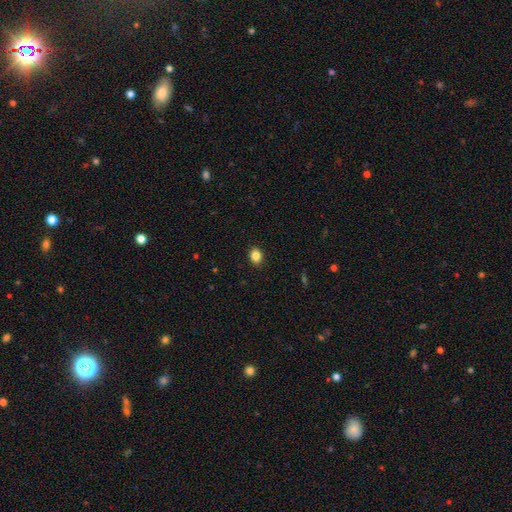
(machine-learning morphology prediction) smooth 85%, star or artifact 10%, featured or disk 5%. Down the decision tree: how rounded — round (55%); merging — none (91%).